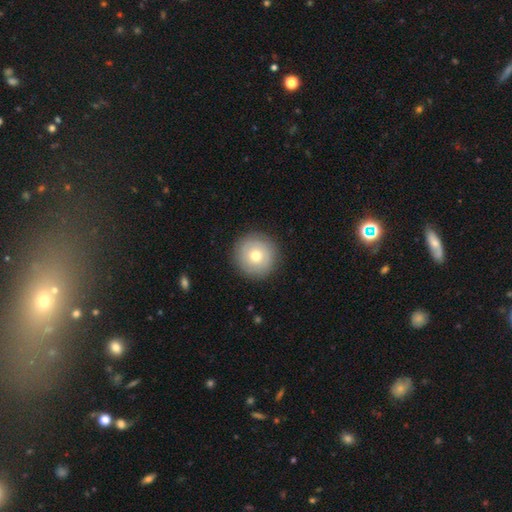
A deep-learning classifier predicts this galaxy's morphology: This appears to be a smooth galaxy with no disk features (66%) that is round (95%). Merging: none (89%).